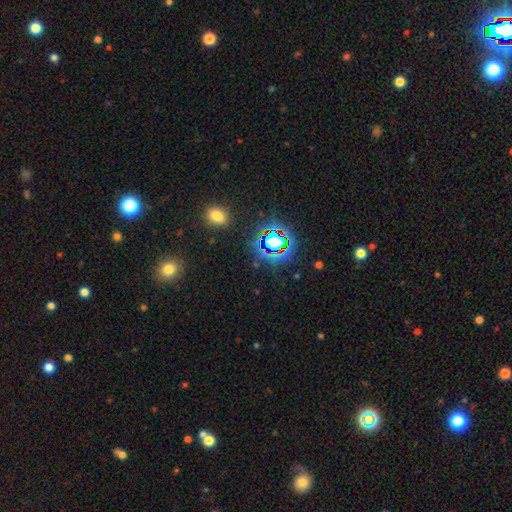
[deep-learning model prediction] This is likely a star or artifact rather than a galaxy (72%).